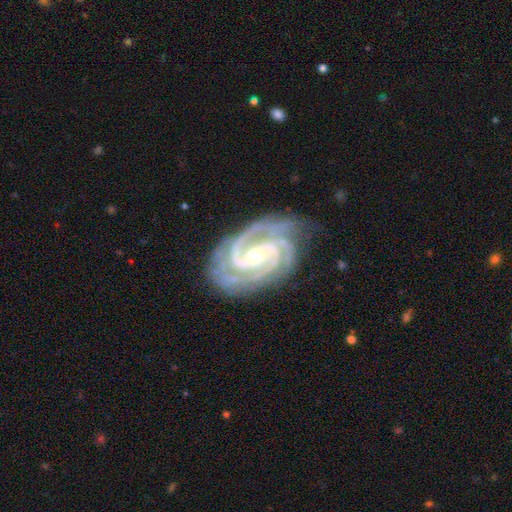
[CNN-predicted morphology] Smooth or featured? featured or disk (93%)
Edge-on disk? no (97%)
Bar? weak (40%)
Spiral arms? yes (99%)
Spiral winding? tight (66%)
Spiral arm count? 3 (39%)
Bulge size? small (62%)
Merging? none (75%)